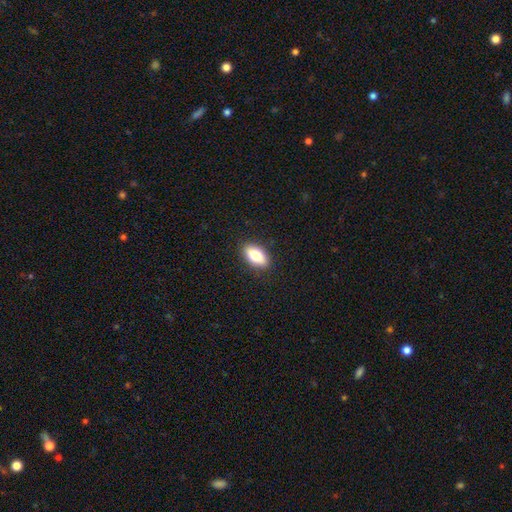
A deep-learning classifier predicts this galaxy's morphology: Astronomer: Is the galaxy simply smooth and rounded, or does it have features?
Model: smooth — 78%.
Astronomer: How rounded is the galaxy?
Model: in between — 89%.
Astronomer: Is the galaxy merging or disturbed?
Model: none — 89%.